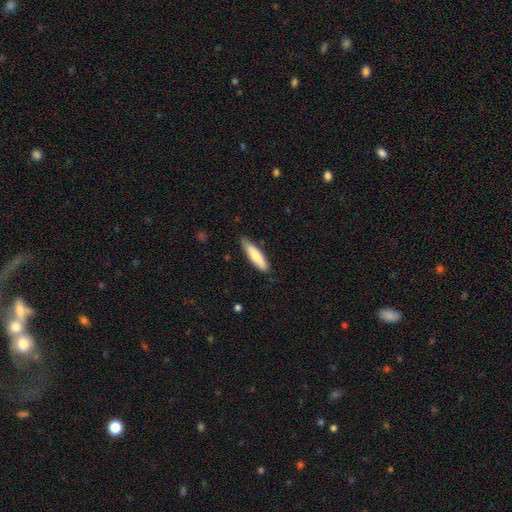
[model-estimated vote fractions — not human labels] A smooth galaxy with no disk features (75%) that is cigar-shaped (68%). Merging: none (80%).